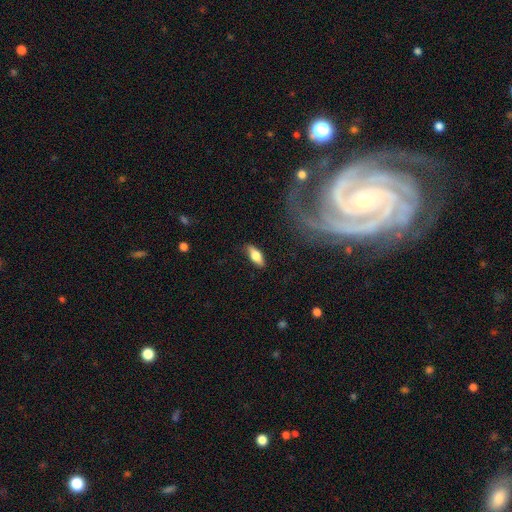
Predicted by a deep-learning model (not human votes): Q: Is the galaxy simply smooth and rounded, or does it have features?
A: smooth — 66%.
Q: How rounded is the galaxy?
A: in between — 70%.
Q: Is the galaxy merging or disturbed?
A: none — 85%.